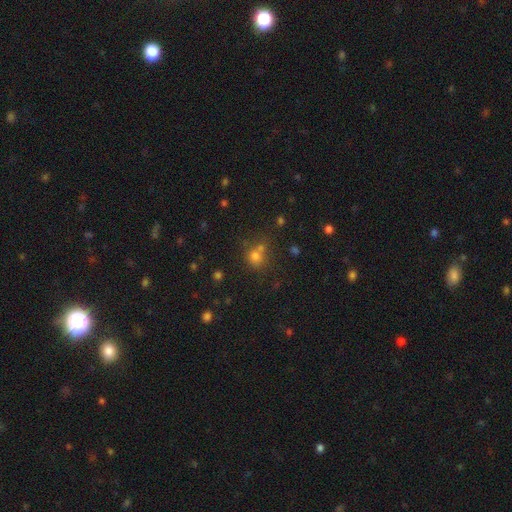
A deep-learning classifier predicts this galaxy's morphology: Smooth or featured? smooth (70%)
How rounded? round (81%)
Merging? none (54%)